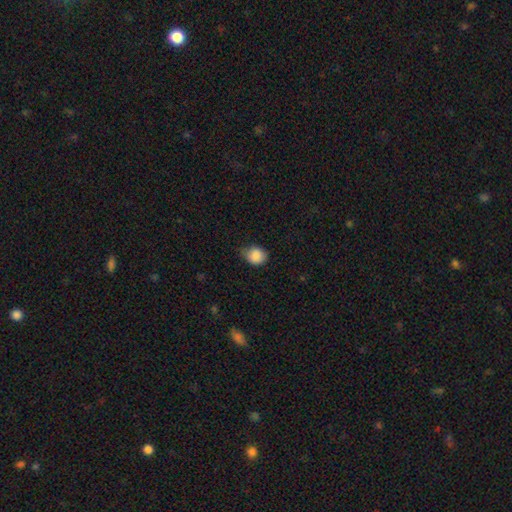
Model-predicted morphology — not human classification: This is clearly a smooth galaxy (87%). How rounded: possibly round (60%). Merging: possibly none (56%).